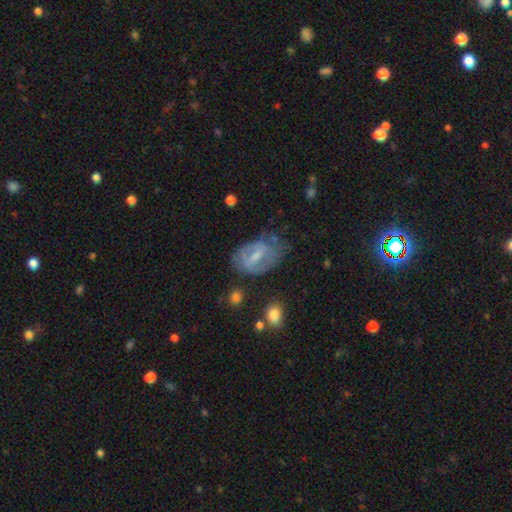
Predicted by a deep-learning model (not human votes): Smooth or featured? Predicted: featured or disk (p=0.59). Edge-on disk? Predicted: no (p=0.94). Bar? Predicted: weak (p=0.49). Spiral arms? Predicted: yes (p=0.57). Bulge size? Predicted: moderate (p=0.43). Merging? Predicted: none (p=0.52).